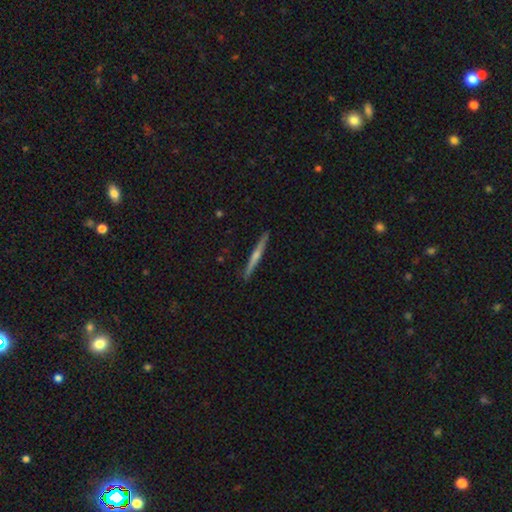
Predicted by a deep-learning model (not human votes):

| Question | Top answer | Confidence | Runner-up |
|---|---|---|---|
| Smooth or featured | featured or disk | 63% | smooth (31%) |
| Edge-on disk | yes | 98% | no (2%) |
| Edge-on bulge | rounded | 70% | none (25%) |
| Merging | none | 92% | minor disturbance (6%) |